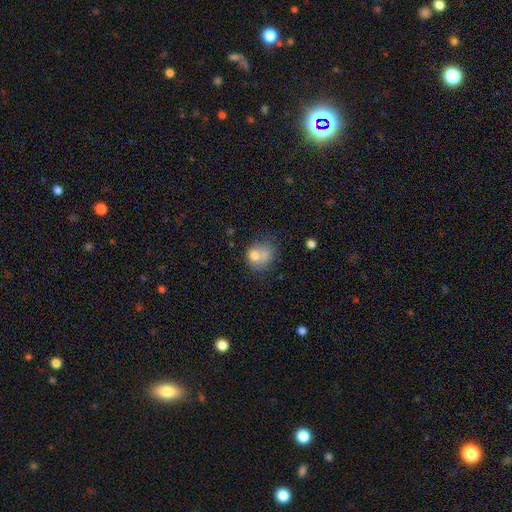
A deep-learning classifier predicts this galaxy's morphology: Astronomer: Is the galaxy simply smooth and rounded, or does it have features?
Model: smooth — 72%.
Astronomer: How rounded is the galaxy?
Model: round — 65%.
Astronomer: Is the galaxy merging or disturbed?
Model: none — 34% (runner-up: merger, 32%).